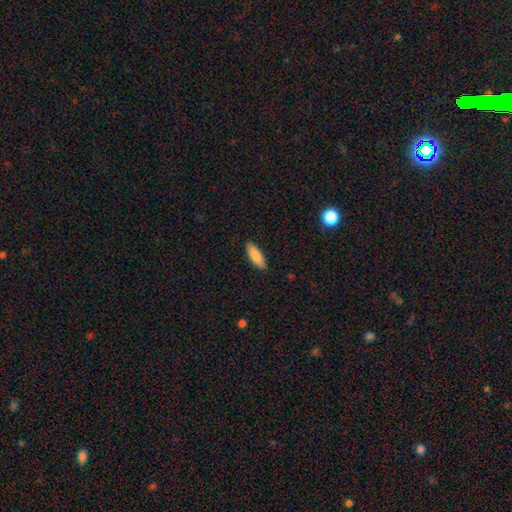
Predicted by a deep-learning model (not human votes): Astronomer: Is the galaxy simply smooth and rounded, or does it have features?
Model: smooth — 84%.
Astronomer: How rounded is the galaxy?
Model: in between — 59% (runner-up: cigar-shaped, 39%).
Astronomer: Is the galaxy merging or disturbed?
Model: none — 90%.